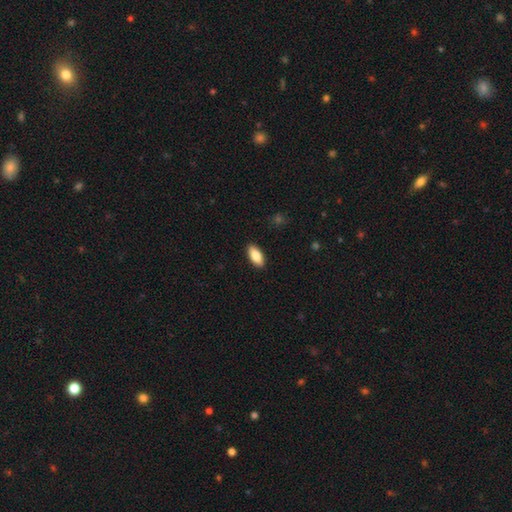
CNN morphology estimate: Smooth or featured? smooth (83%)
How rounded? in between (87%)
Merging? none (91%)